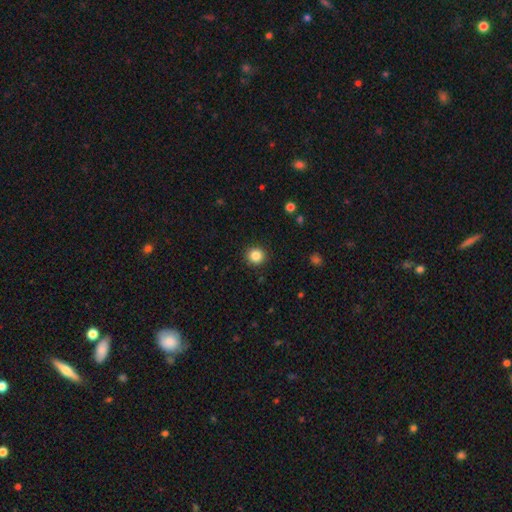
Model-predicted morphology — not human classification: A smooth galaxy with no disk features (85%) that is round (92%). Merging: none (92%).